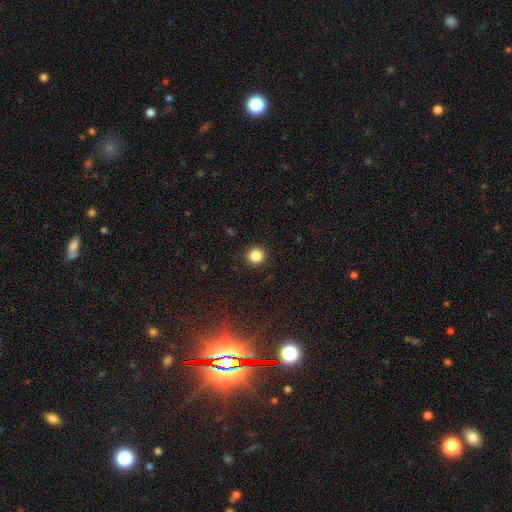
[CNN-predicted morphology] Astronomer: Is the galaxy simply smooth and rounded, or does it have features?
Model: smooth — 85%.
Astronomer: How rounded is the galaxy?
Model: round — 94%.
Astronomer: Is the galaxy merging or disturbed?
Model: none — 92%.